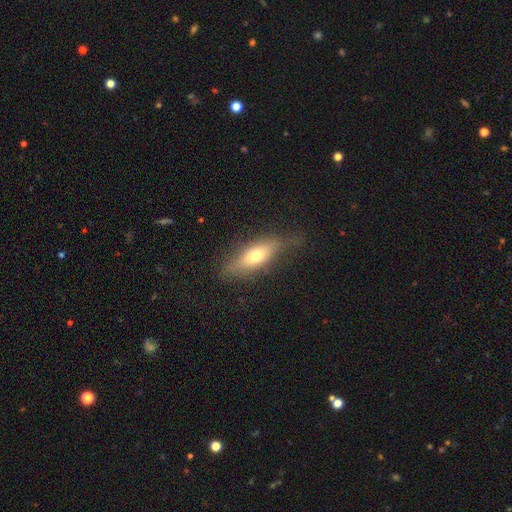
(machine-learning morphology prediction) Smooth or featured? smooth (64%)
How rounded? in between (68%)
Merging? none (68%)